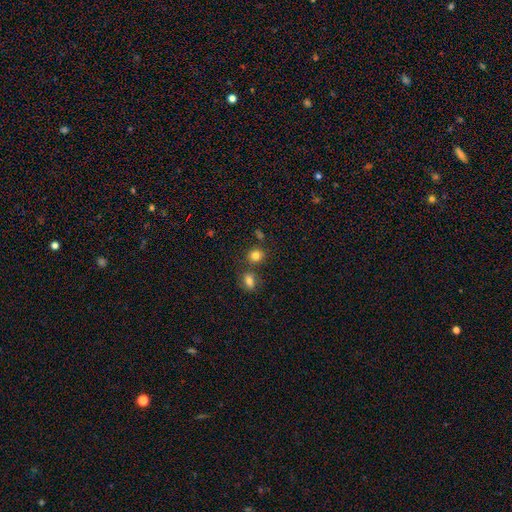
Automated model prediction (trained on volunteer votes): Morphology: type=smooth (82%); roundness=round (76%); merging=none (66%).